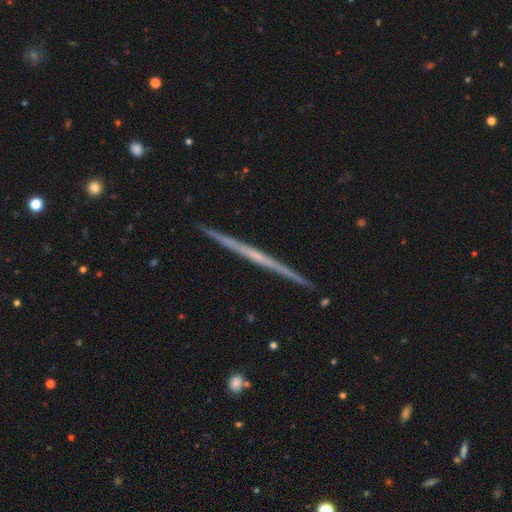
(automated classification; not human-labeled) smooth-or-featured: featured or disk: 72% | smooth: 23% | star or artifact: 5%
  disk-edge-on: yes: 98% | no: 2%
    edge-on-bulge: none: 83% | rounded: 13% | boxy: 4%
  merging: none: 93% | minor disturbance: 5% | merger: 1% | major disturbance: 1%